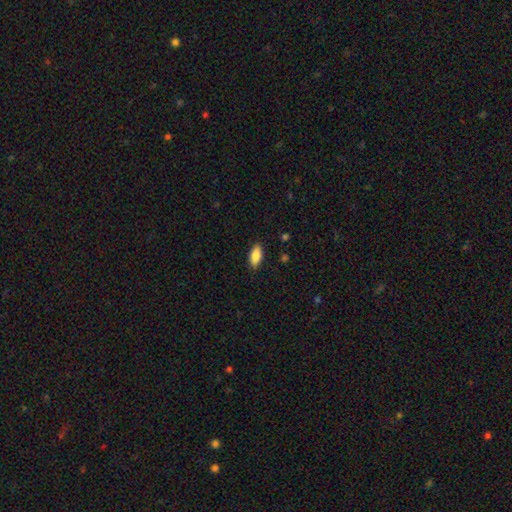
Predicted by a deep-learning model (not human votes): smooth-or-featured: smooth: 85% | featured or disk: 8% | star or artifact: 7%
  how-rounded: in between: 83% | cigar-shaped: 15% | round: 2%
  merging: none: 88% | minor disturbance: 9% | major disturbance: 2% | merger: 1%